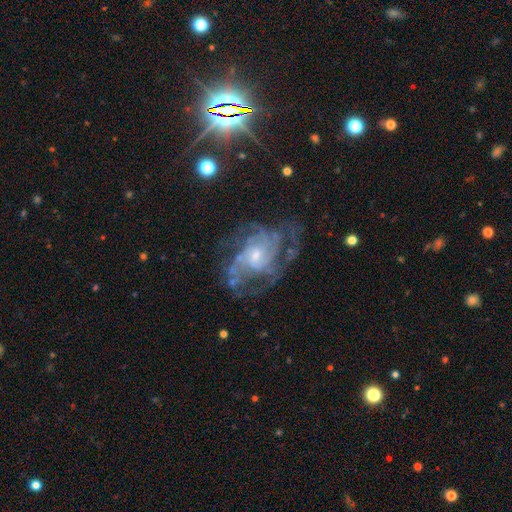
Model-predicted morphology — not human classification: Overall: featured or disk (86%). Edge-on disk: no (97%). Bar: no (63%; weak 31%). Spiral arms: yes (93%). Spiral arm count: can't tell (33%; 3 21%). Spiral winding: tight (45%; medium 42%). Bulge size: small (57%; moderate 36%). Merging: none (60%).